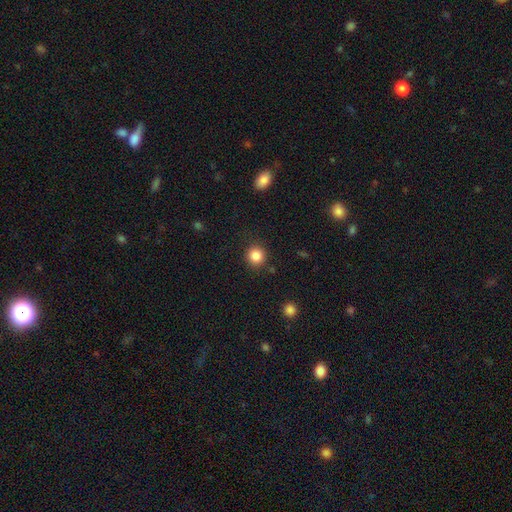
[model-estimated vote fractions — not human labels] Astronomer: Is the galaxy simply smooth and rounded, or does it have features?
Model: smooth — 86%.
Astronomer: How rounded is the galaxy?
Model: round — 92%.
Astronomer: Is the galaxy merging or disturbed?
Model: none — 88%.